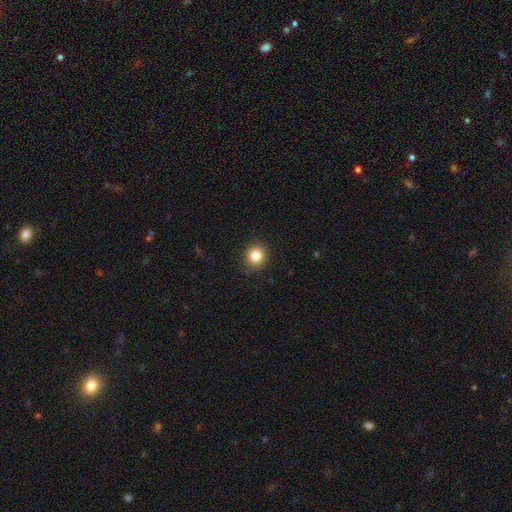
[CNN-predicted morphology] Smooth or featured? Predicted: smooth (p=0.83). How rounded? Predicted: round (p=0.89). Merging? Predicted: none (p=0.90).